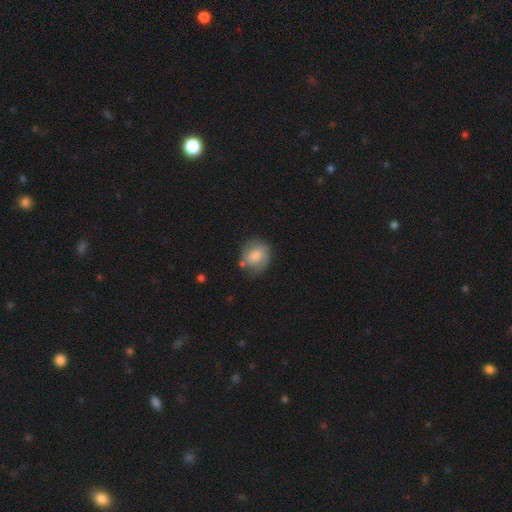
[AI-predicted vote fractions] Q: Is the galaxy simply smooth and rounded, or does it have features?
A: smooth — 73%.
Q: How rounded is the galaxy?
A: round — 74%.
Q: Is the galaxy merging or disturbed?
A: none — 60%.